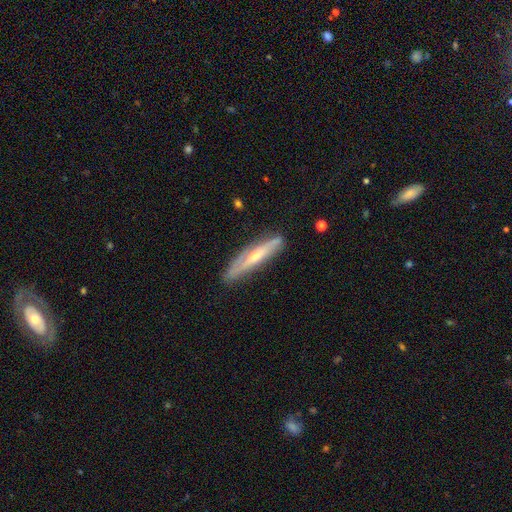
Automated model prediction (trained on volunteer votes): smooth_or_featured: featured or disk (p=0.63) [alt: smooth p=0.31]
disk_edge_on: yes (p=0.76) [alt: no p=0.24]
merging: none (p=0.79) [alt: minor disturbance p=0.16]